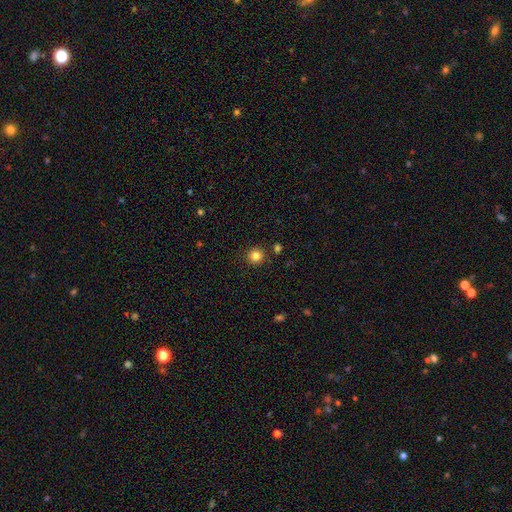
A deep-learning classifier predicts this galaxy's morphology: This appears to be a smooth galaxy with no disk features (83%) that is round (93%). Merging: none (89%).